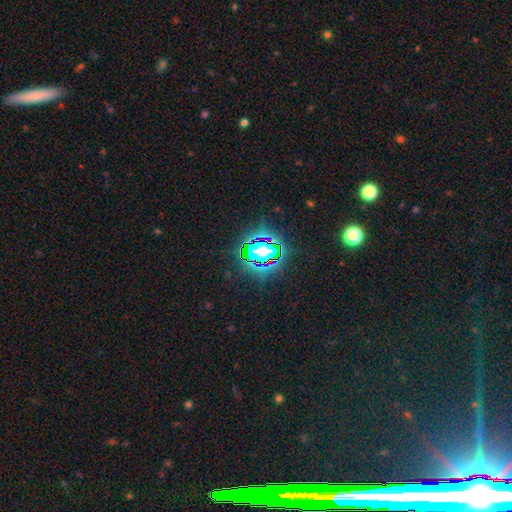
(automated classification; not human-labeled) A star or artifact, not a galaxy (74%).